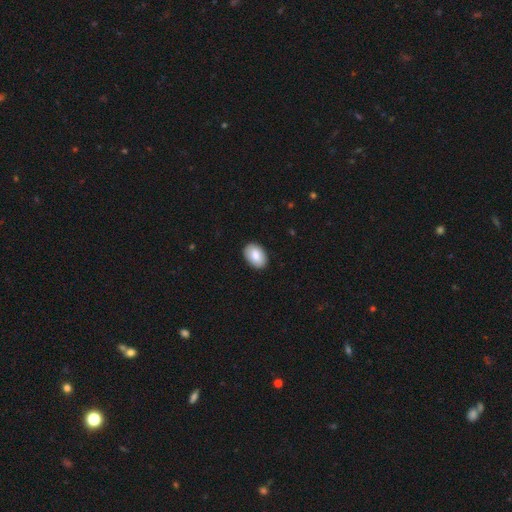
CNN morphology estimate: A smooth galaxy with no disk features (85%) that is in between round and cigar-shaped (87%).

Vote fractions:
- Smooth or featured? smooth: 85% / featured or disk: 9% / star or artifact: 6%
- How rounded? in between: 87% / round: 12% / cigar-shaped: 1%
- Merging? none: 88% / minor disturbance: 9% / major disturbance: 2% / merger: 1%